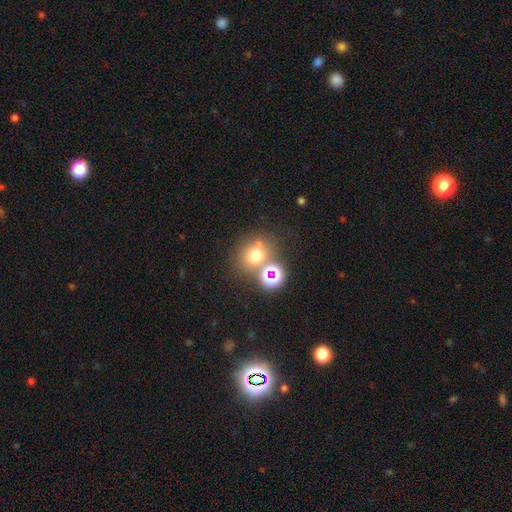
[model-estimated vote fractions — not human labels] smooth-or-featured: smooth: 65% | star or artifact: 23% | featured or disk: 11%
  how-rounded: round: 78% | in between: 21% | cigar-shaped: 1%
  merging: none: 62% | merger: 22% | minor disturbance: 10% | major disturbance: 5%